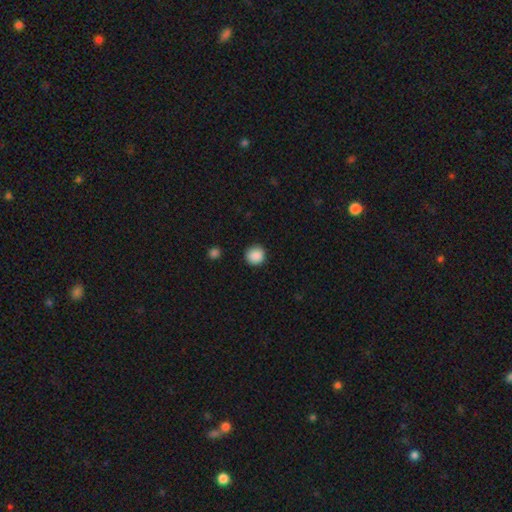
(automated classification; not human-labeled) Q: Smooth or featured?
A: smooth (89%); runner-up: star or artifact (9%)
Q: How rounded?
A: round (93%); runner-up: in between (6%)
Q: Merging?
A: none (90%); runner-up: minor disturbance (7%)